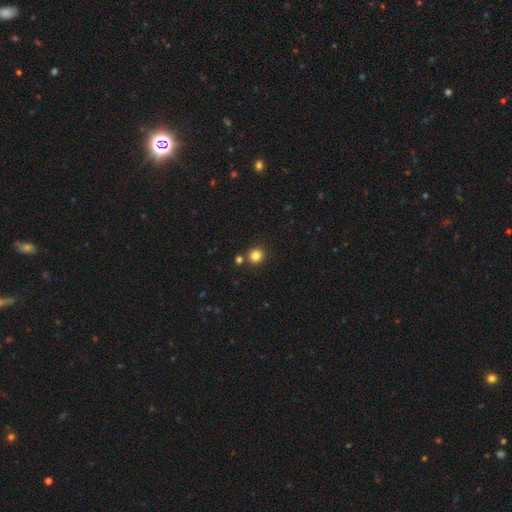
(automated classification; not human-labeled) Overall: smooth (82%). How rounded: round (90%). Merging: none (82%).